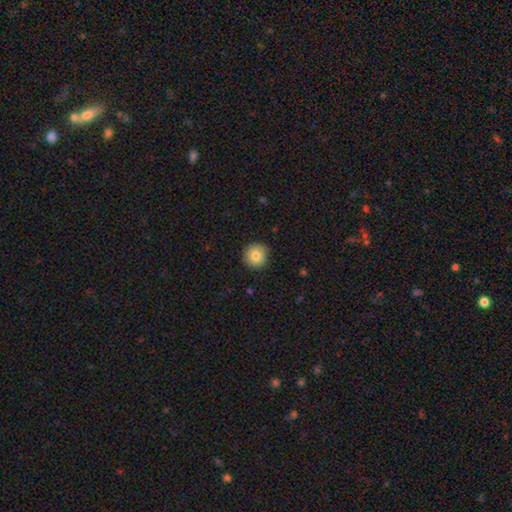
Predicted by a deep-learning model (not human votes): Smooth or featured?
  - smooth: 81% *
  - featured or disk: 10%
  - star or artifact: 9%
How rounded?
  - round: 94% *
  - in between: 5%
  - cigar-shaped: 1%
Merging?
  - none: 88% *
  - minor disturbance: 9%
  - major disturbance: 2%
  - merger: 1%